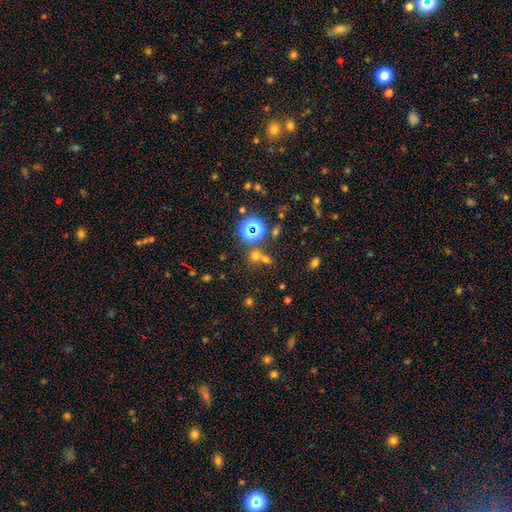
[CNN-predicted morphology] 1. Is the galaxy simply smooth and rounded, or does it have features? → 51% smooth, 39% star or artifact, 10% featured or disk.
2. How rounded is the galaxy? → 82% round, 16% in between, 2% cigar-shaped.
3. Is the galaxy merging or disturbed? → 59% none, 28% merger, 8% minor disturbance, 5% major disturbance.